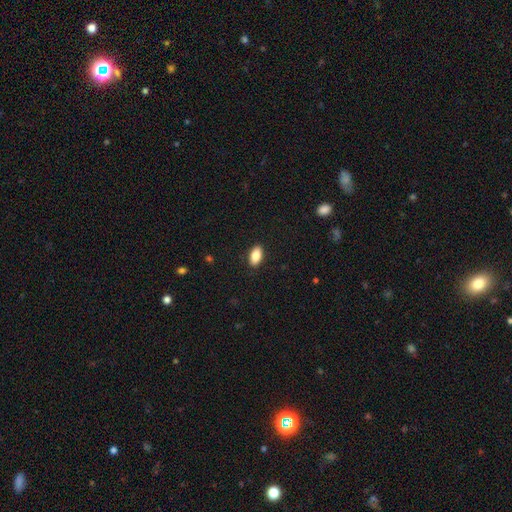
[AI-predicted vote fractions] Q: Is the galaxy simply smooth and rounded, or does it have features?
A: smooth — 85%.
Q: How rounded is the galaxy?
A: in between — 92%.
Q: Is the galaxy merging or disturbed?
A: none — 89%.